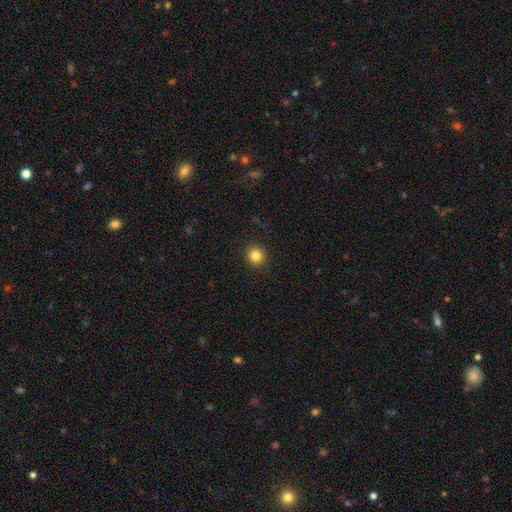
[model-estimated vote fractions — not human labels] Morphology: type=smooth (84%); roundness=round (94%); merging=none (92%).